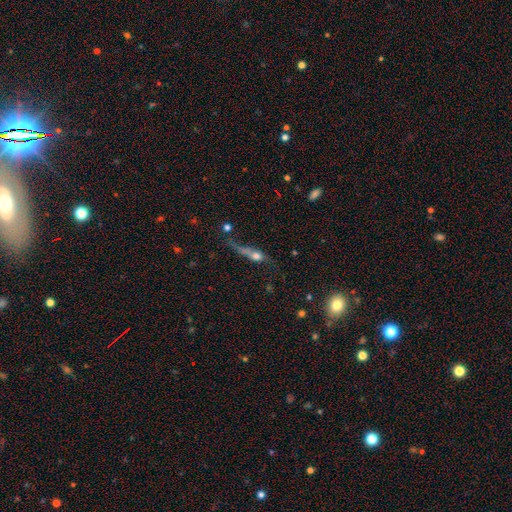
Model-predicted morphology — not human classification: Smooth or featured?
  - smooth: 44% *
  - featured or disk: 41%
  - star or artifact: 15%
Merging?
  - major disturbance: 32% *
  - none: 31%
  - merger: 19%
  - minor disturbance: 18%